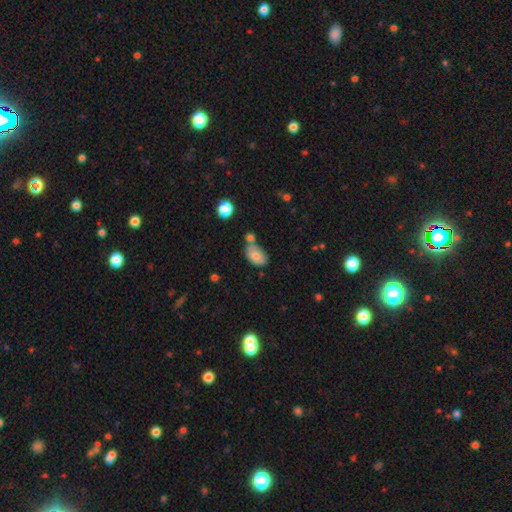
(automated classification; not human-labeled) This is likely a smooth galaxy (77%). How rounded: clearly in between (90%). Merging: possibly none (50%).